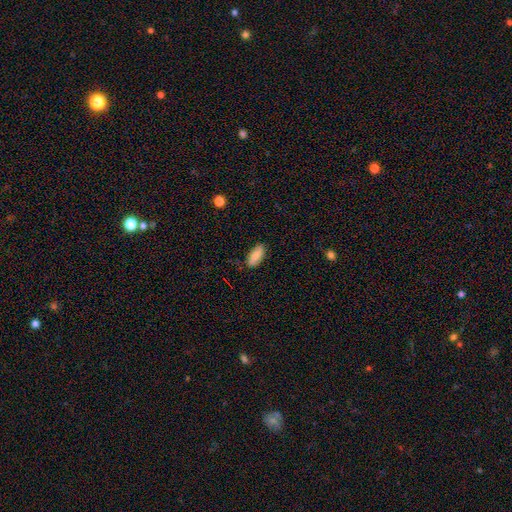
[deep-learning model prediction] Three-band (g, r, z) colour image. It shows a smooth galaxy with no disk features (82%) that is in between round and cigar-shaped (80%). Merging: none (85%).